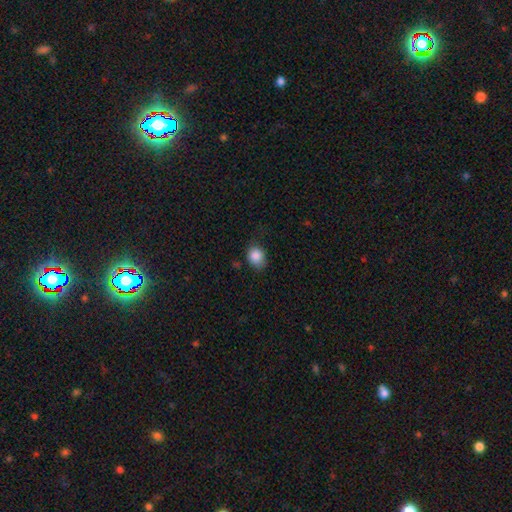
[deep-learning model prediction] Q: Smooth or featured?
A: smooth (86%); runner-up: star or artifact (9%)
Q: How rounded?
A: round (61%); runner-up: in between (38%)
Q: Merging?
A: none (64%); runner-up: minor disturbance (28%)